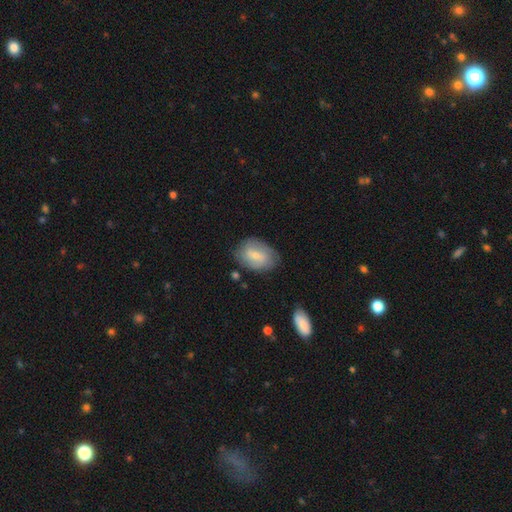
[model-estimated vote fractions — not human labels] Smooth or featured?
  - smooth: 56% *
  - featured or disk: 37%
  - star or artifact: 7%
How rounded?
  - in between: 78% *
  - round: 21%
  - cigar-shaped: 2%
Merging?
  - none: 73% *
  - minor disturbance: 20%
  - major disturbance: 5%
  - merger: 2%